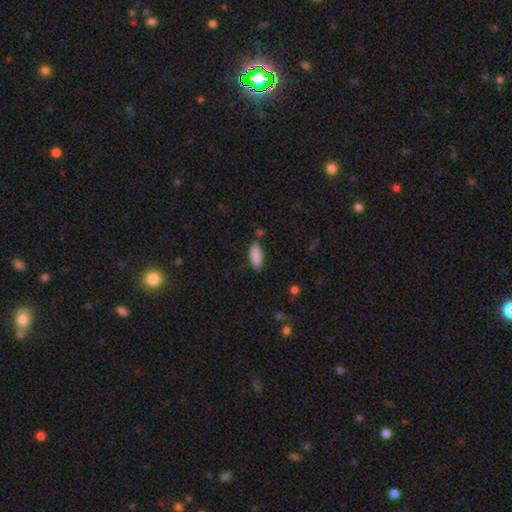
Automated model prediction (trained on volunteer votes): This appears to be a smooth galaxy with no disk features (89%) that is in between round and cigar-shaped (74%). Merging: none (82%).